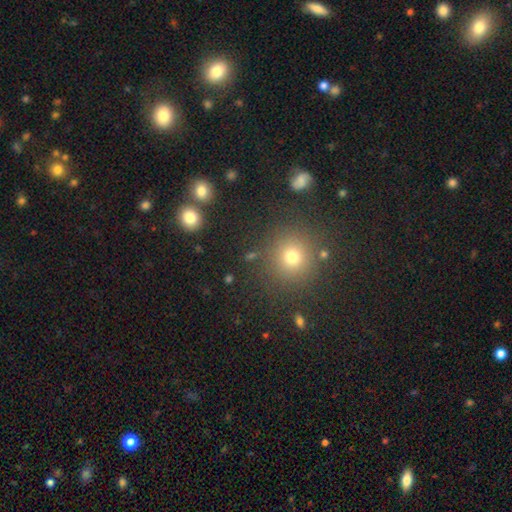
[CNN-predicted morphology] Smooth or featured? Predicted: smooth (p=0.65). How rounded? Predicted: round (p=0.92). Merging? Predicted: none (p=0.86).